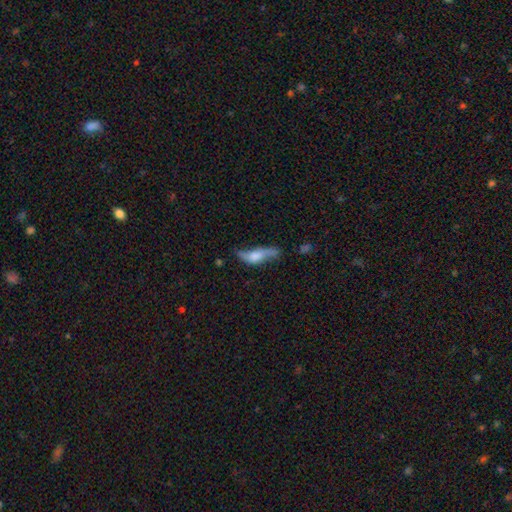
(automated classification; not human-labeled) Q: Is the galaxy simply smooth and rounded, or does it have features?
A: featured or disk — 49%.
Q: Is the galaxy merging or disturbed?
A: none — 43%.